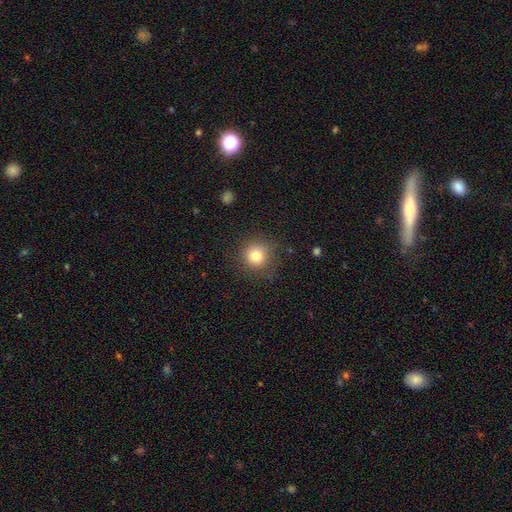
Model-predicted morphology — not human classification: smooth 79%, star or artifact 13%, featured or disk 8%. Down the decision tree: how rounded — round (92%); merging — none (83%).